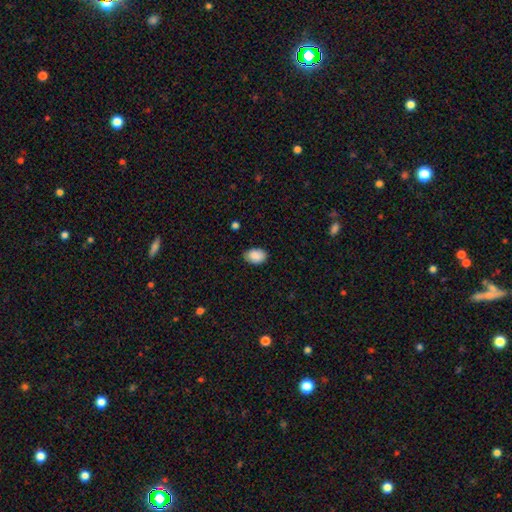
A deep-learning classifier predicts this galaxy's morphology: Overall: smooth (89%). How rounded: in between (82%). Merging: none (82%).